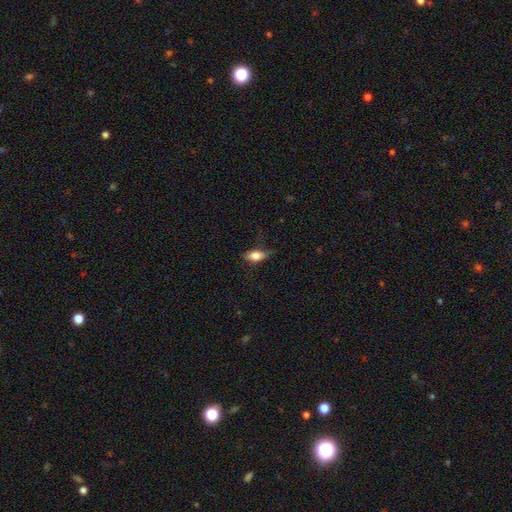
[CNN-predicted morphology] Smooth or featured?
  - smooth: 75% *
  - featured or disk: 17%
  - star or artifact: 9%
How rounded?
  - in between: 81% *
  - cigar-shaped: 12%
  - round: 7%
Merging?
  - none: 63% *
  - minor disturbance: 27%
  - major disturbance: 9%
  - merger: 1%